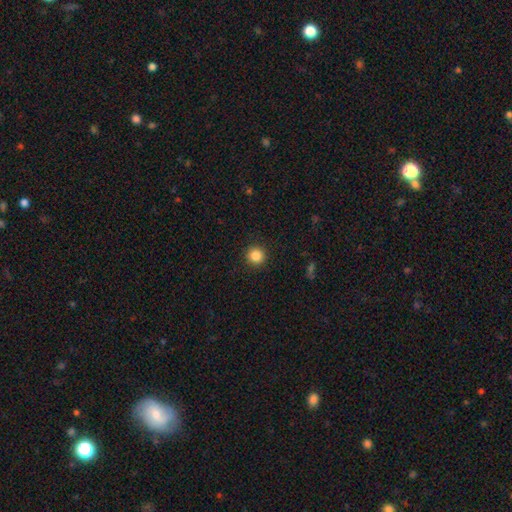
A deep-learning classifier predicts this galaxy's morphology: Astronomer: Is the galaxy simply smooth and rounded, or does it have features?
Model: smooth — 86%.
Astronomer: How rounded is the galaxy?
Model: round — 94%.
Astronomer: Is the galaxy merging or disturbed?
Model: none — 92%.